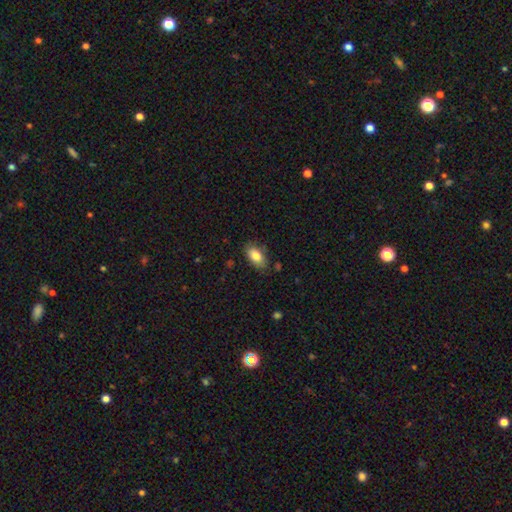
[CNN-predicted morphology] smooth 83%, featured or disk 10%, star or artifact 7%. Down the decision tree: how rounded — in between (92%); merging — none (78%).